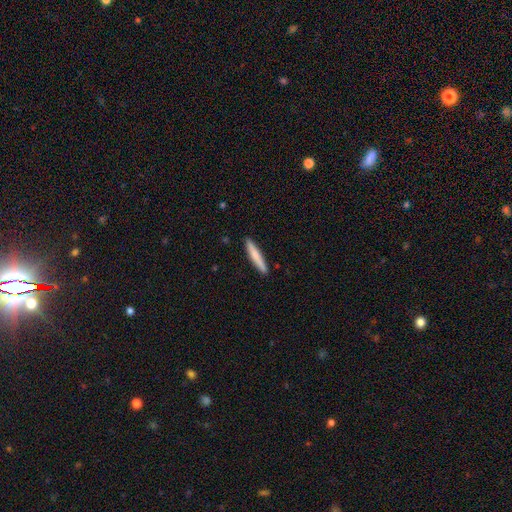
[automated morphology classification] Smooth or featured?
  - smooth: 74% *
  - featured or disk: 21%
  - star or artifact: 5%
How rounded?
  - cigar-shaped: 94% *
  - in between: 5%
  - round: 1%
Merging?
  - none: 91% *
  - minor disturbance: 7%
  - major disturbance: 1%
  - merger: 1%